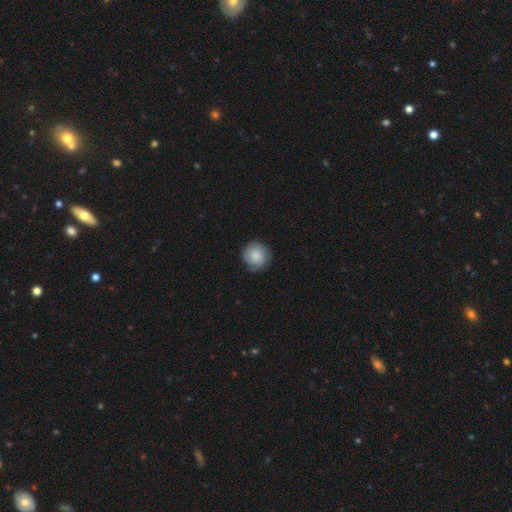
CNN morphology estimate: Smooth or featured? Predicted: smooth (p=0.69). How rounded? Predicted: round (p=0.92). Merging? Predicted: none (p=0.81).